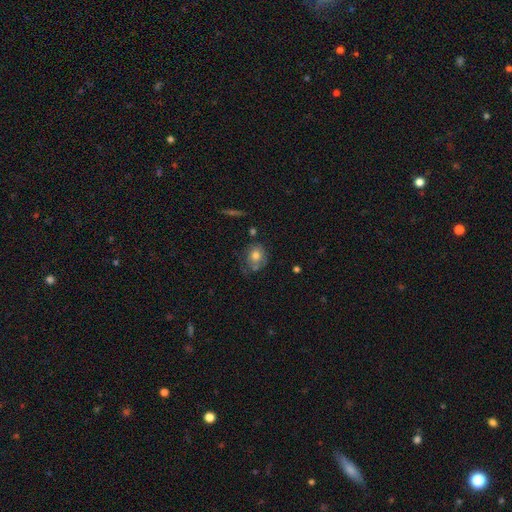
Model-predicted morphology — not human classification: Q: Smooth or featured?
A: smooth (70%); runner-up: featured or disk (21%)
Q: How rounded?
A: round (66%); runner-up: in between (32%)
Q: Merging?
A: none (52%); runner-up: minor disturbance (27%)